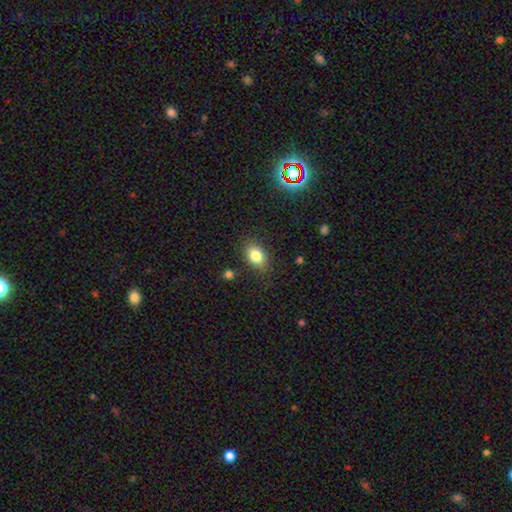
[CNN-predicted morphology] Smooth or featured: smooth — 82% (featured or disk — 9%)
How rounded: in between — 81% (round — 17%)
Merging: none — 83% (minor disturbance — 12%)